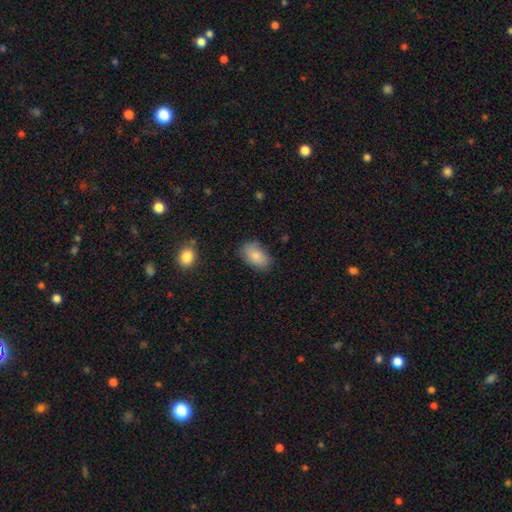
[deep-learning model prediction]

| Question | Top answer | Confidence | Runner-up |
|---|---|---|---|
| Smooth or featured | smooth | 82% | featured or disk (11%) |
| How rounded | in between | 91% | round (7%) |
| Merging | none | 77% | minor disturbance (17%) |